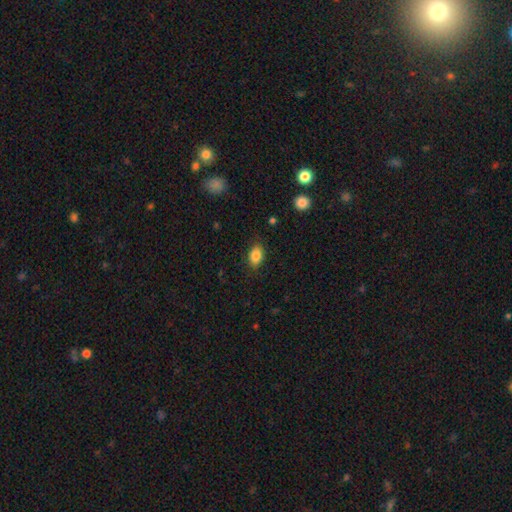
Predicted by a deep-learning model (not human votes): smooth-or-featured: smooth: 85% | star or artifact: 8% | featured or disk: 7%
  how-rounded: in between: 84% | round: 14% | cigar-shaped: 1%
  merging: none: 85% | minor disturbance: 12% | major disturbance: 3% | merger: 1%